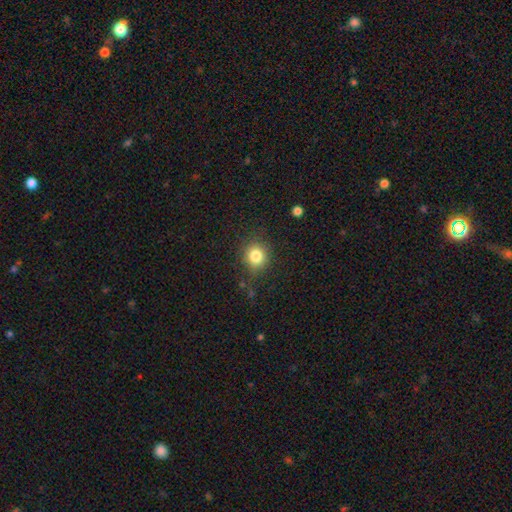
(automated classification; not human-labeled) A smooth galaxy with no disk features (82%) that is round (83%). Merging: none (83%).